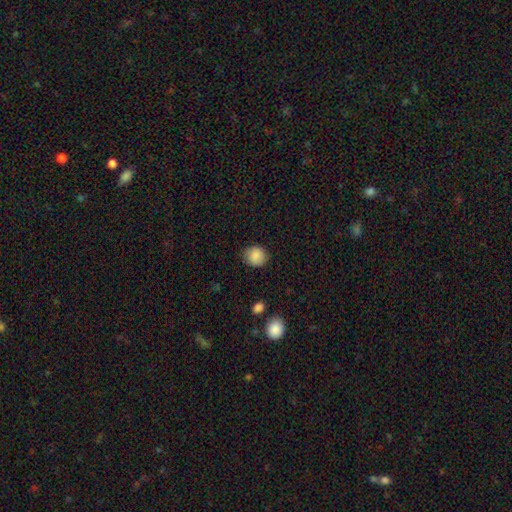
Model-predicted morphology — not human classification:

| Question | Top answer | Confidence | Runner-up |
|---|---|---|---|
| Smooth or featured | smooth | 88% | star or artifact (8%) |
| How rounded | round | 82% | in between (17%) |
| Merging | none | 85% | minor disturbance (11%) |